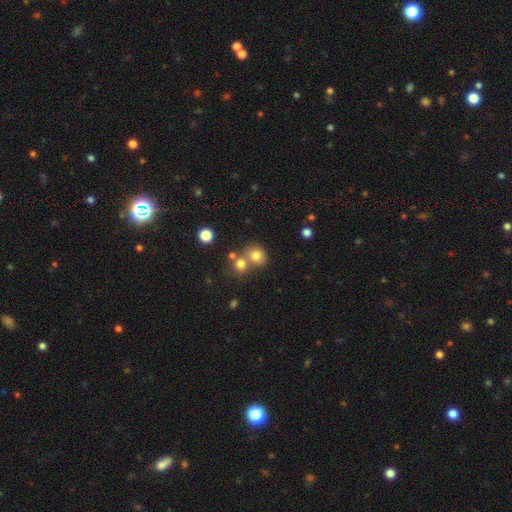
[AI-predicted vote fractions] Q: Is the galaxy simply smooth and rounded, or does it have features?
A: smooth — 77%.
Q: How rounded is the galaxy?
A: round — 78%.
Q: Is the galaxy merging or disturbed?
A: none — 53%.